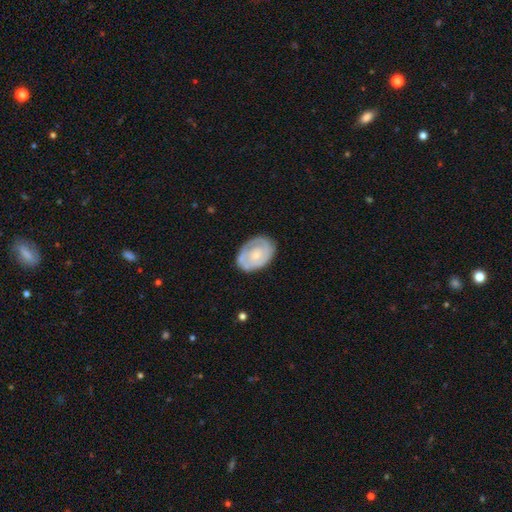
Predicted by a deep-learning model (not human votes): smooth-or-featured: featured or disk: 58% | smooth: 37% | star or artifact: 5%
  disk-edge-on: no: 96% | yes: 4%
    bar: no: 84% | weak: 13% | strong: 2%
    has-spiral-arms: yes: 58% | no: 42%
    bulge-size: small: 60% | moderate: 31% | none: 5% | large: 3% | dominant: 1%
  merging: none: 71% | minor disturbance: 21% | major disturbance: 6% | merger: 2%